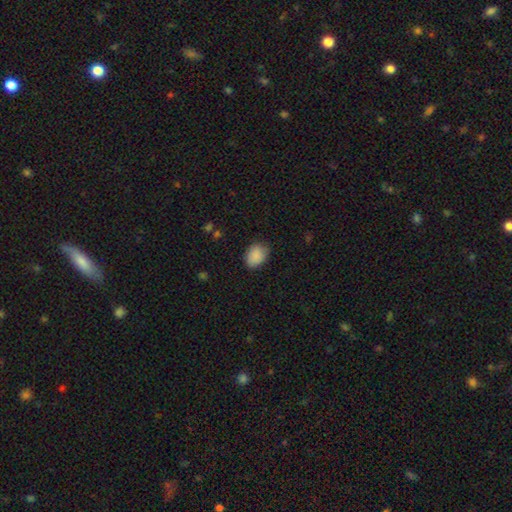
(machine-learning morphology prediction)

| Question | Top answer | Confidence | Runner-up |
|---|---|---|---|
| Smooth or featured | smooth | 88% | star or artifact (8%) |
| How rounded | in between | 68% | round (31%) |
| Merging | none | 79% | minor disturbance (17%) |